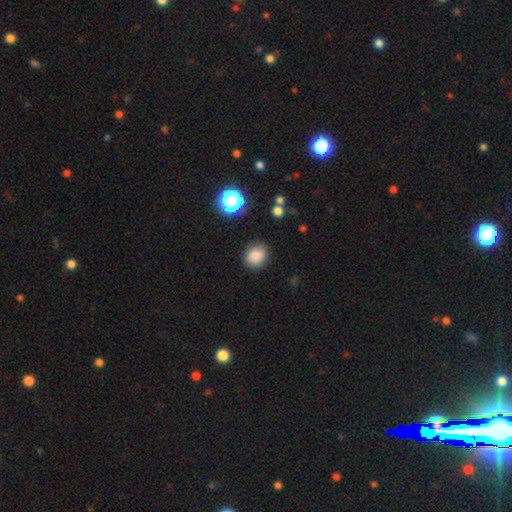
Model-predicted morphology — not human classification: smooth-or-featured: smooth: 85% | star or artifact: 11% | featured or disk: 4%
  how-rounded: round: 74% | in between: 25% | cigar-shaped: 1%
  merging: none: 85% | minor disturbance: 11% | major disturbance: 3% | merger: 2%